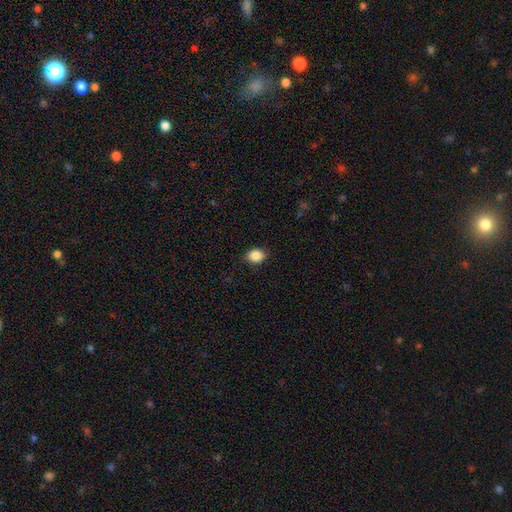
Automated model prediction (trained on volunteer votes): The model was most divided on "how rounded": round: 59%, in between: 40%, cigar-shaped: 1%. More confident: smooth or featured — smooth (88%); merging — none (85%).